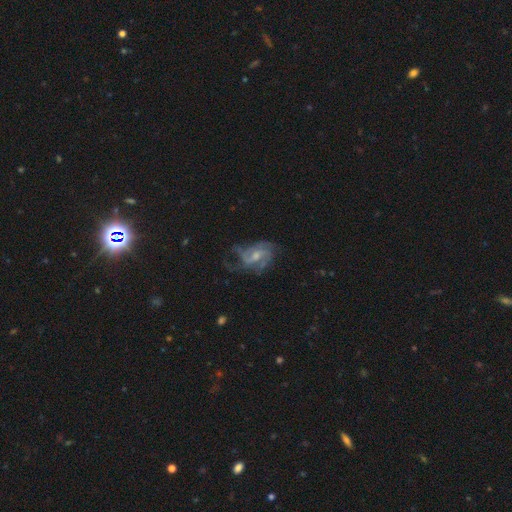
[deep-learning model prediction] This is likely a featured or disk galaxy (77%). It is clearly not viewed edge-on (97%). Bar: possibly weak (49%). Spiral arm pattern: clearly yes (86%). Spiral arm count: marginally 2 (29%). Spiral winding: possibly medium (46%). Central bulge: possibly moderate (47%). Merging: marginally none (45%).